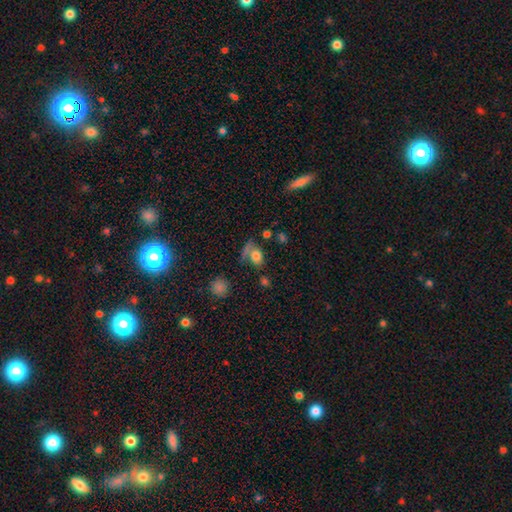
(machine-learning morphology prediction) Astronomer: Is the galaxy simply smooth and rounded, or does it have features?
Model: smooth — 75%.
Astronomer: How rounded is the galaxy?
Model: in between — 73%.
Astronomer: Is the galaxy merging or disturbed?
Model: none — 47%.